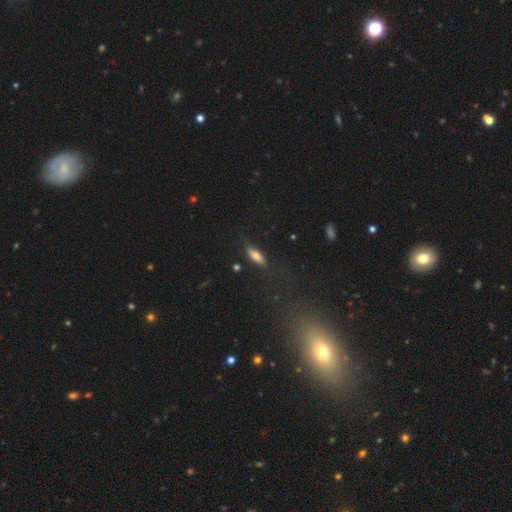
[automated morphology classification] smooth_or_featured: smooth (p=0.71) [alt: featured or disk p=0.21]
how_rounded: in between (p=0.52) [alt: cigar-shaped p=0.46]
merging: none (p=0.76) [alt: minor disturbance p=0.16]